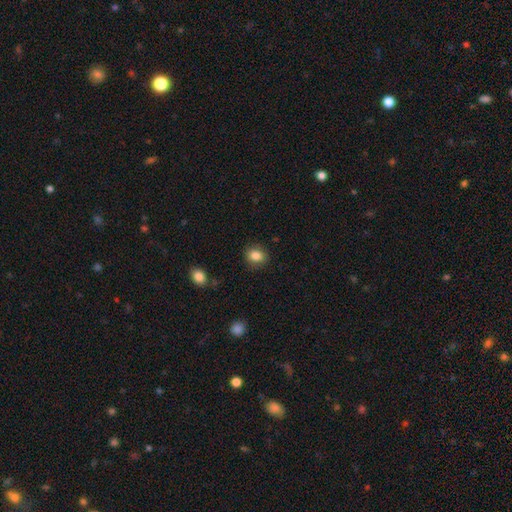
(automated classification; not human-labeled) smooth-or-featured: smooth: 85% | star or artifact: 9% | featured or disk: 5%
  how-rounded: round: 64% | in between: 35% | cigar-shaped: 1%
  merging: none: 87% | minor disturbance: 9% | major disturbance: 2% | merger: 1%